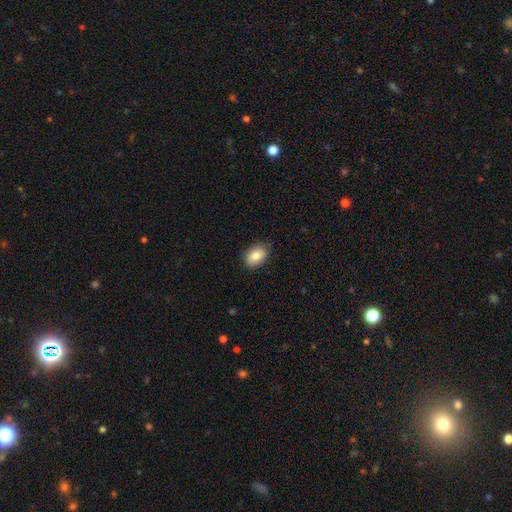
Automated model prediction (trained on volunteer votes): Q: Smooth or featured?
A: smooth (83%); runner-up: featured or disk (10%)
Q: How rounded?
A: in between (80%); runner-up: round (19%)
Q: Merging?
A: none (85%); runner-up: minor disturbance (11%)